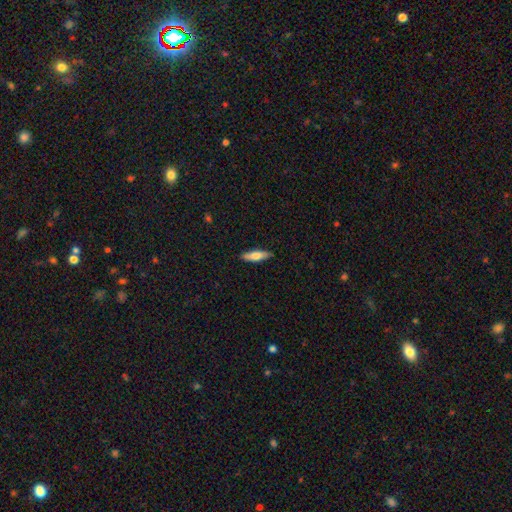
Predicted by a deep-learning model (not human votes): smooth_or_featured: smooth (p=0.70) [alt: featured or disk p=0.25]
how_rounded: cigar-shaped (p=0.60) [alt: in between p=0.38]
merging: none (p=0.88) [alt: minor disturbance p=0.09]